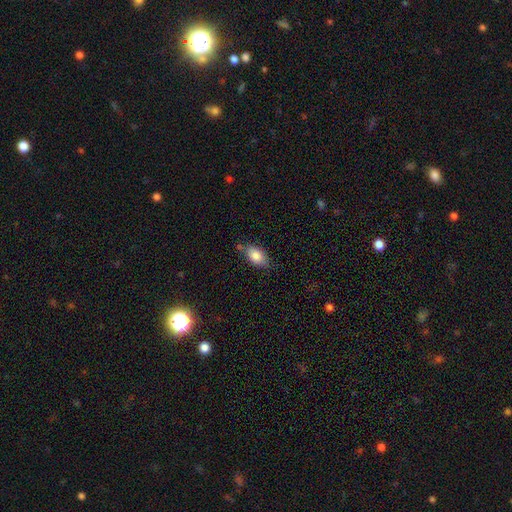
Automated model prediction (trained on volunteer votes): smooth 84%, featured or disk 8%, star or artifact 7%. Down the decision tree: how rounded — in between (92%); merging — none (71%).